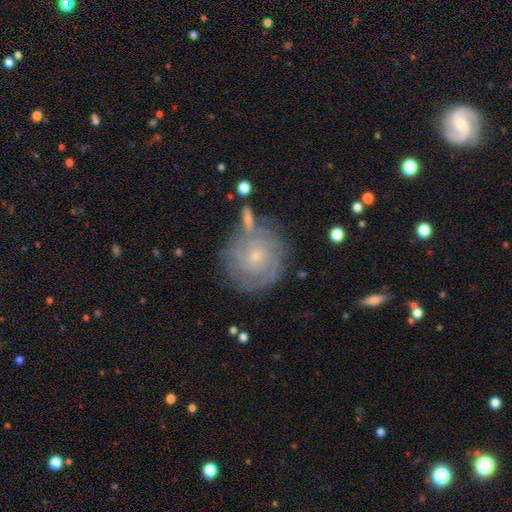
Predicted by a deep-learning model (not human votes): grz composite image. It shows a featured or disk galaxy (79%) with no bar (79%), tight (75%) spiral arms (93%) and a small central bulge (79%). Merging: none (71%).